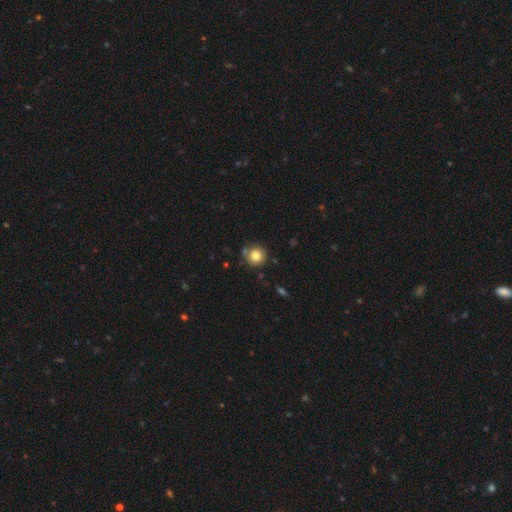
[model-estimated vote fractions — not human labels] smooth 80%, star or artifact 11%, featured or disk 9%. Down the decision tree: how rounded — round (93%); merging — none (80%).